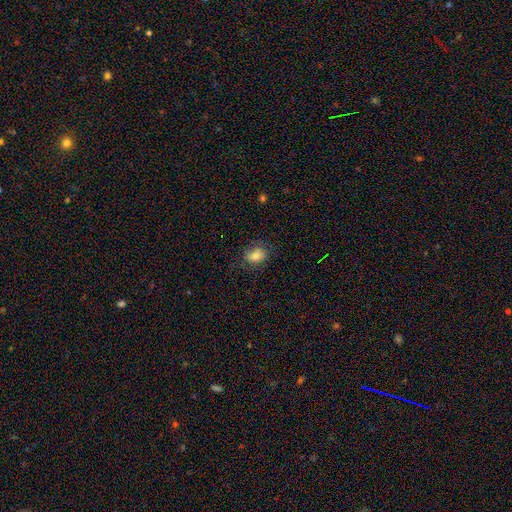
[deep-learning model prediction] Smooth or featured? smooth (77%)
How rounded? in between (67%)
Merging? none (73%)